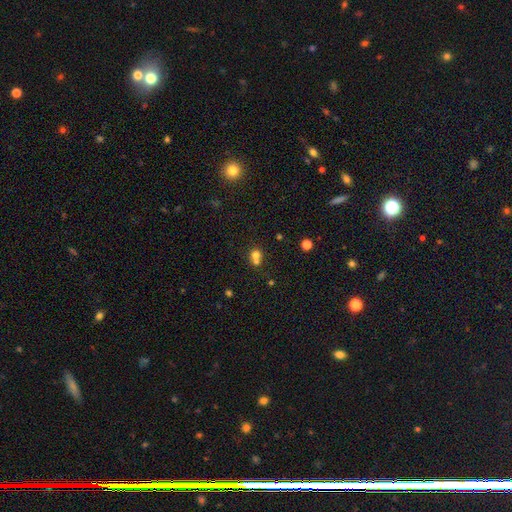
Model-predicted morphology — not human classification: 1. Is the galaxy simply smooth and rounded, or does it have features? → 69% smooth, 18% star or artifact, 13% featured or disk.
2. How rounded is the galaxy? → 82% round, 17% in between, 1% cigar-shaped.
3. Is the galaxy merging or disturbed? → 53% merger, 39% none, 6% minor disturbance, 3% major disturbance.